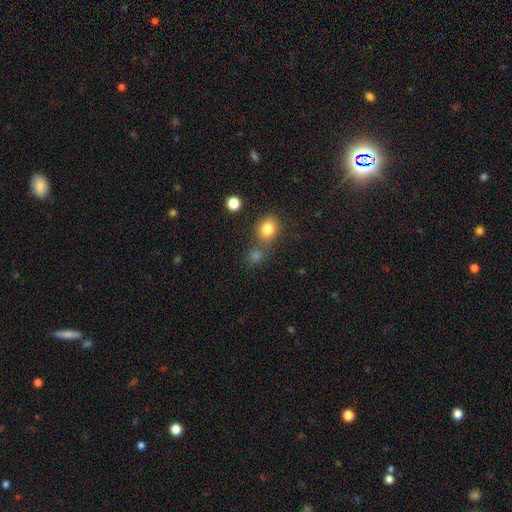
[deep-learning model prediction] Smooth or featured?
  - smooth: 73% *
  - star or artifact: 20%
  - featured or disk: 7%
How rounded?
  - round: 73% *
  - in between: 25%
  - cigar-shaped: 2%
Merging?
  - none: 60% *
  - merger: 28%
  - minor disturbance: 8%
  - major disturbance: 3%